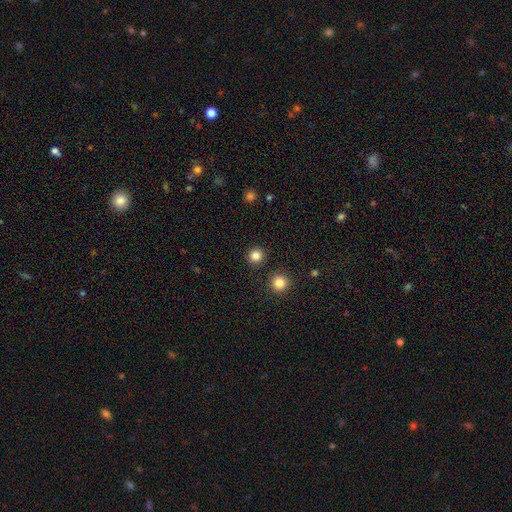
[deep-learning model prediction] Smooth or featured? Predicted: smooth (p=0.83). How rounded? Predicted: round (p=0.93). Merging? Predicted: none (p=0.91).